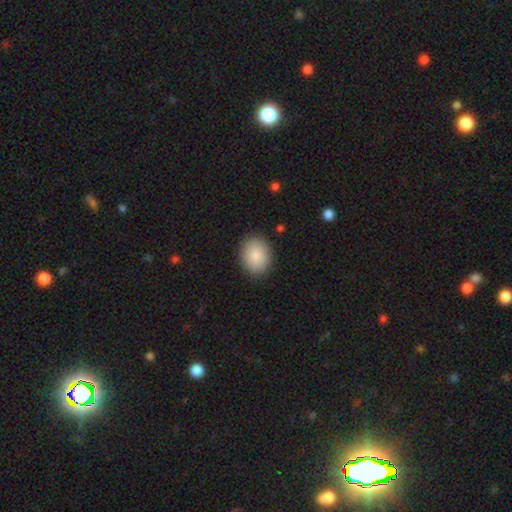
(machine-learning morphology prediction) smooth_or_featured: smooth (p=0.88) [alt: star or artifact p=0.07]
how_rounded: in between (p=0.55) [alt: round p=0.44]
merging: none (p=0.88) [alt: minor disturbance p=0.09]